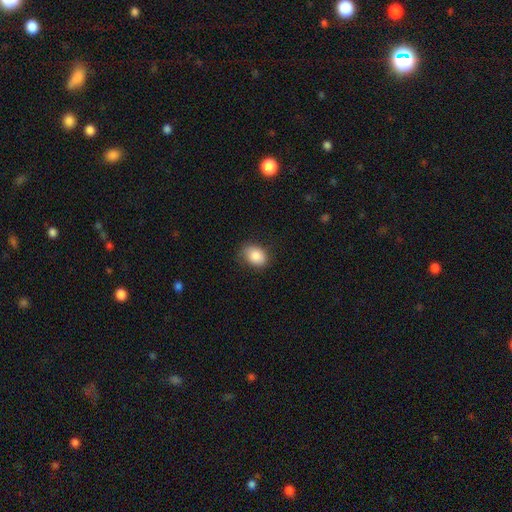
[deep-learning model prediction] smooth-or-featured: smooth: 86% | star or artifact: 8% | featured or disk: 6%
  how-rounded: in between: 67% | round: 32% | cigar-shaped: 1%
  merging: none: 78% | minor disturbance: 17% | major disturbance: 4% | merger: 1%